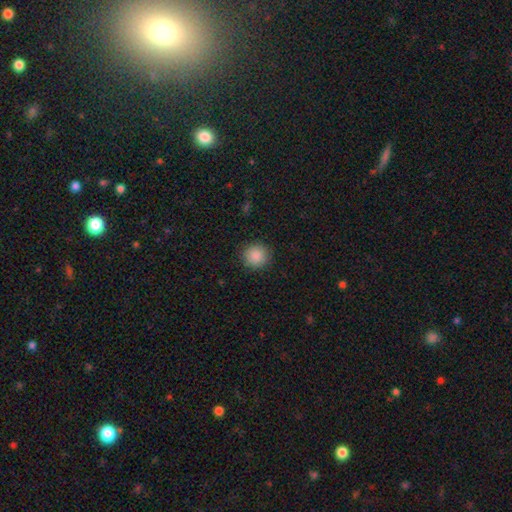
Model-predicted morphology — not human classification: smooth-or-featured: smooth: 89% | star or artifact: 9% | featured or disk: 3%
  how-rounded: round: 93% | in between: 6% | cigar-shaped: 1%
  merging: none: 91% | minor disturbance: 6% | major disturbance: 2% | merger: 1%